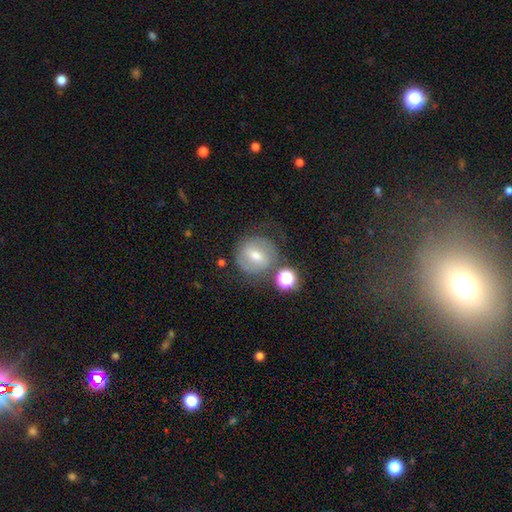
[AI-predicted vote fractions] A smooth galaxy with no disk features (45%). Merging: none (63%).